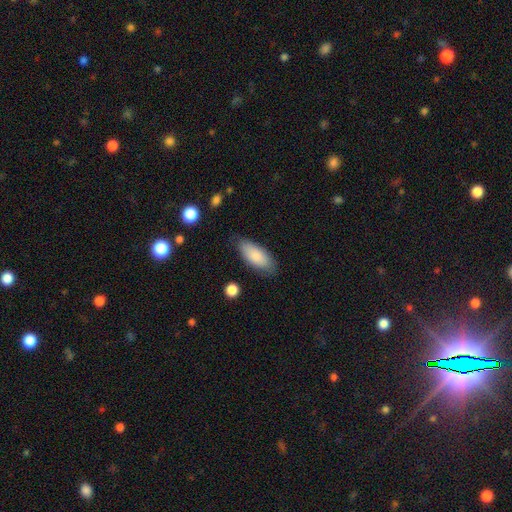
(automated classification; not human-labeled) Morphology: type=smooth (84%); roundness=in between (83%); merging=none (79%).